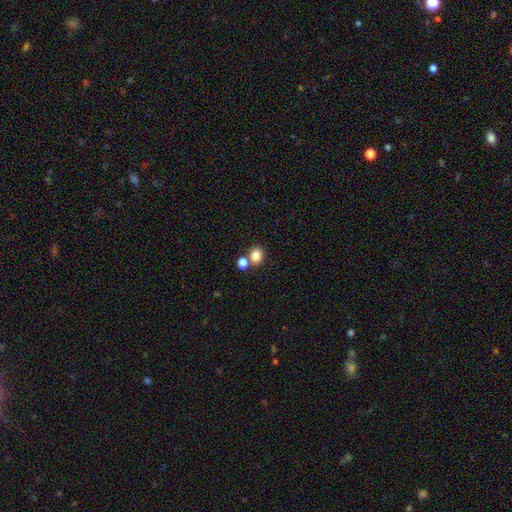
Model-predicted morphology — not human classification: Smooth or featured? Predicted: smooth (p=0.83). How rounded? Predicted: round (p=0.68). Merging? Predicted: none (p=0.62).